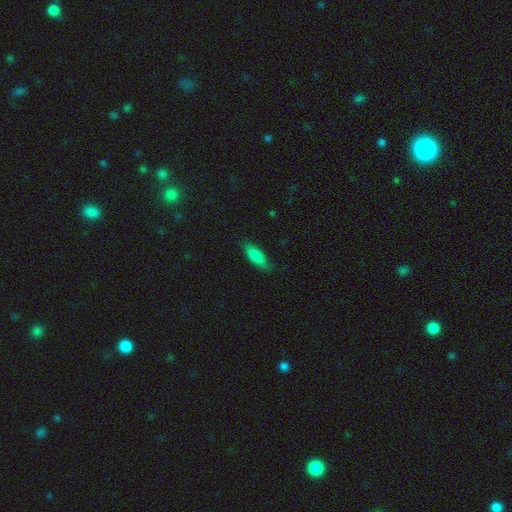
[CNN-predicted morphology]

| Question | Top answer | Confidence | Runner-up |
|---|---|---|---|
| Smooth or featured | smooth | 83% | featured or disk (11%) |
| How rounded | in between | 61% | cigar-shaped (37%) |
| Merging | none | 81% | minor disturbance (15%) |